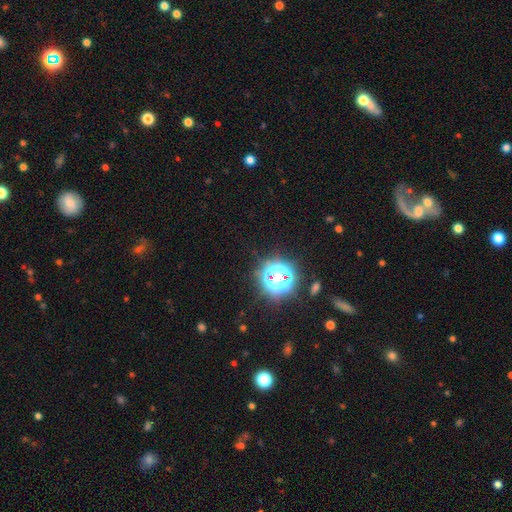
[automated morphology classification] Smooth or featured? Predicted: star or artifact (p=0.72).